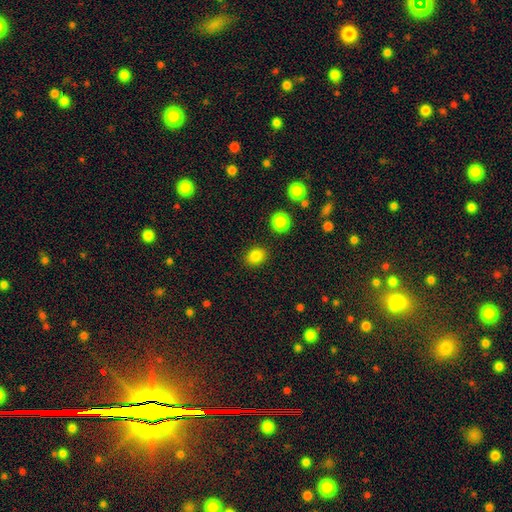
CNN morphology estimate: A smooth galaxy with no disk features (84%) that is round (59%). Merging: none (88%).